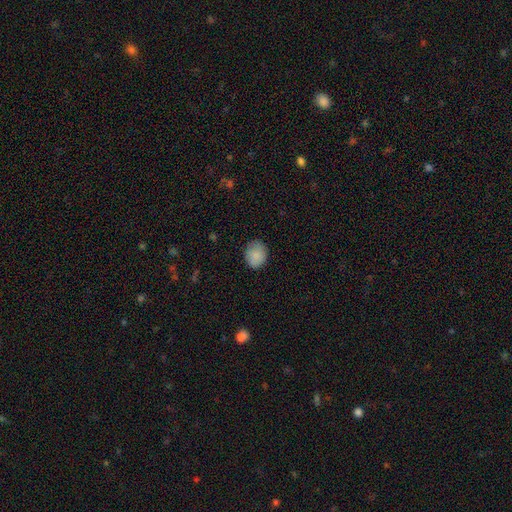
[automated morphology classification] Overall: smooth (86%). How rounded: round (62%; in between 37%). Merging: none (75%).